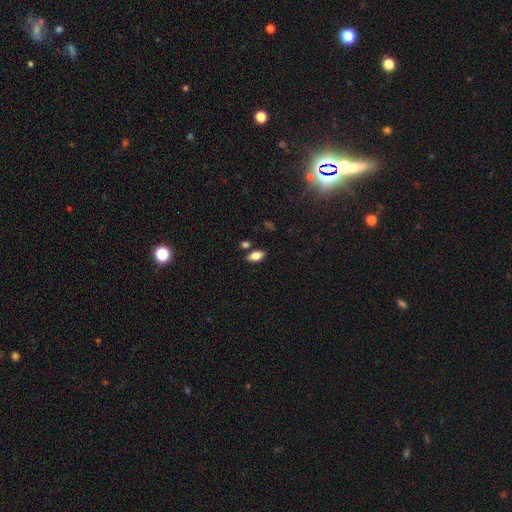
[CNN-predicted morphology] Smooth or featured? smooth (80%)
How rounded? in between (91%)
Merging? none (79%)